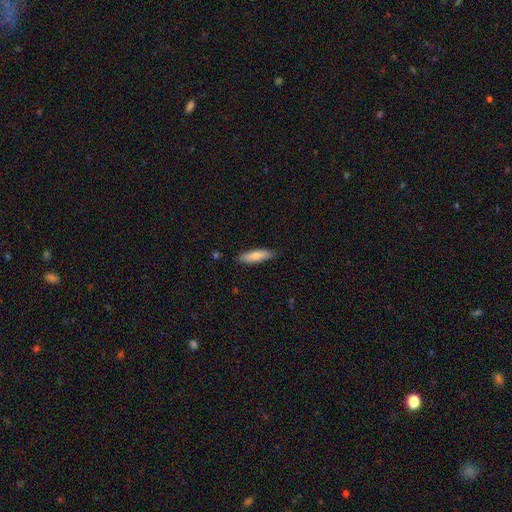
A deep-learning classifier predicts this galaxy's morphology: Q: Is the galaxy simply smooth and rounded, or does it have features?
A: smooth — 77%.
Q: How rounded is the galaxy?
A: cigar-shaped — 61%.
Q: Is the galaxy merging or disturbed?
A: none — 86%.